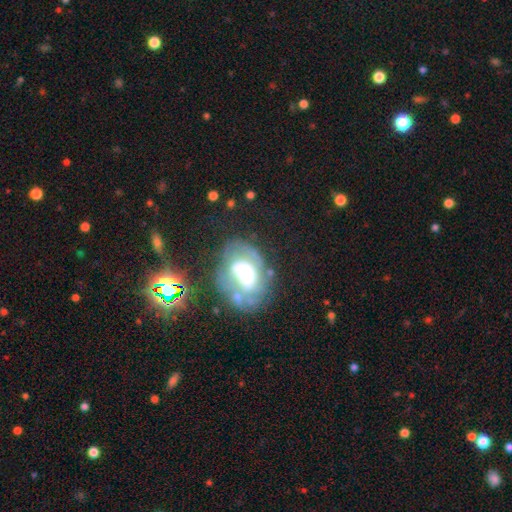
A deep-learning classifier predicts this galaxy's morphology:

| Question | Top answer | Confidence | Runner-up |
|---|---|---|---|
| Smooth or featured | featured or disk | 64% | smooth (18%) |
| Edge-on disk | no | 95% | yes (5%) |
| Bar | no | 41% | weak (38%) |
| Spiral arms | yes | 72% | no (28%) |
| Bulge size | moderate | 43% | large (31%) |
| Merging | none | 60% | minor disturbance (19%) |